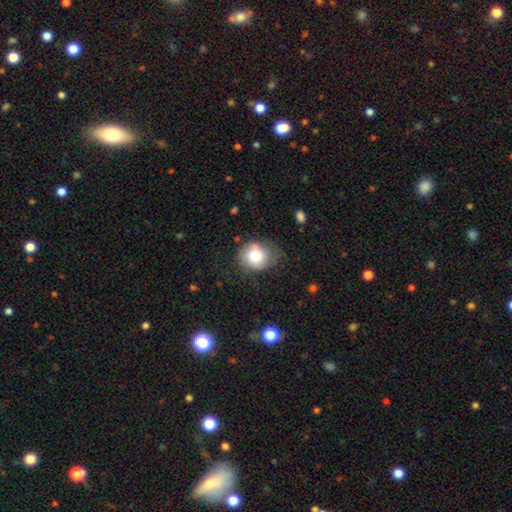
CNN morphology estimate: Smooth or featured? Predicted: smooth (p=0.78). How rounded? Predicted: round (p=0.74). Merging? Predicted: none (p=0.60).